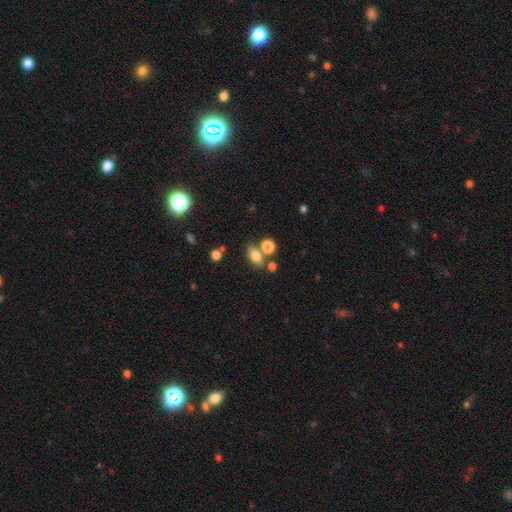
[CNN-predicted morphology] The model was most divided on "merging": none: 63%, merger: 20%, minor disturbance: 12%, major disturbance: 5%. More confident: how rounded — in between (82%); smooth or featured — smooth (78%).